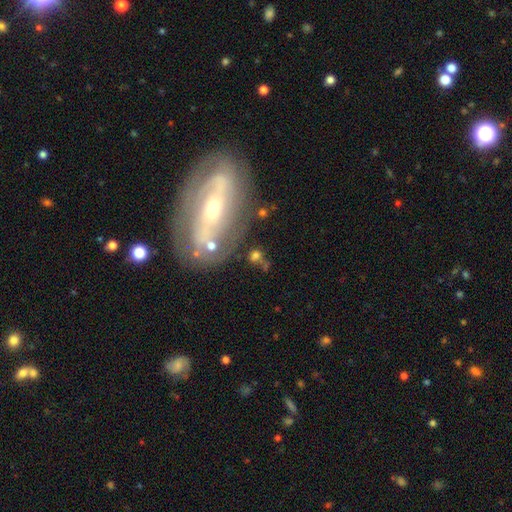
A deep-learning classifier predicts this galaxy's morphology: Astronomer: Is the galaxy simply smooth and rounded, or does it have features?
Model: smooth — 55%.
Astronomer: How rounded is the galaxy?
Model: round — 60% (runner-up: in between, 36%).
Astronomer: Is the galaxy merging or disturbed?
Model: none — 57%.